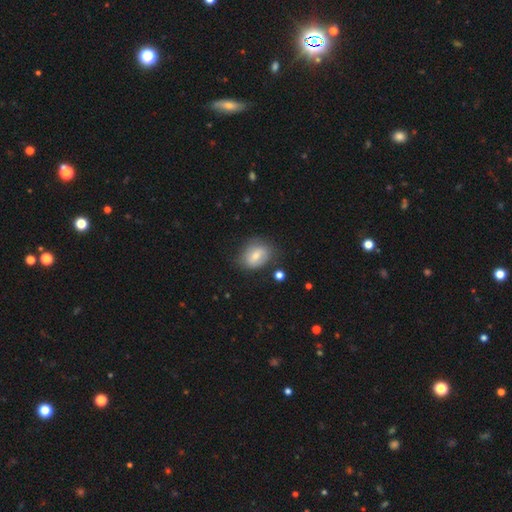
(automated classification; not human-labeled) Smooth or featured? Predicted: smooth (p=0.64). How rounded? Predicted: in between (p=0.66). Merging? Predicted: none (p=0.65).